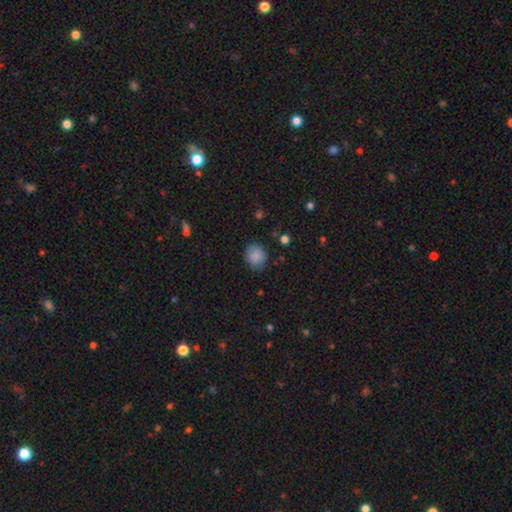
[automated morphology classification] This is clearly a smooth galaxy (87%). How rounded: likely round (75%). Merging: clearly none (84%).